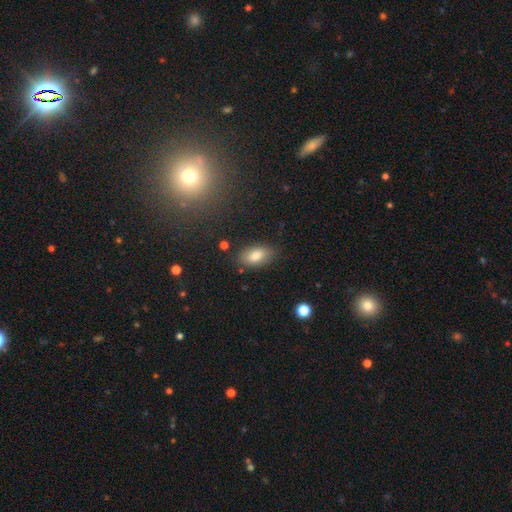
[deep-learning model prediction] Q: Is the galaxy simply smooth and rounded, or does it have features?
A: smooth — 82%.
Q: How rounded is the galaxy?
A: in between — 91%.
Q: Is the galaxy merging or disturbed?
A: none — 83%.